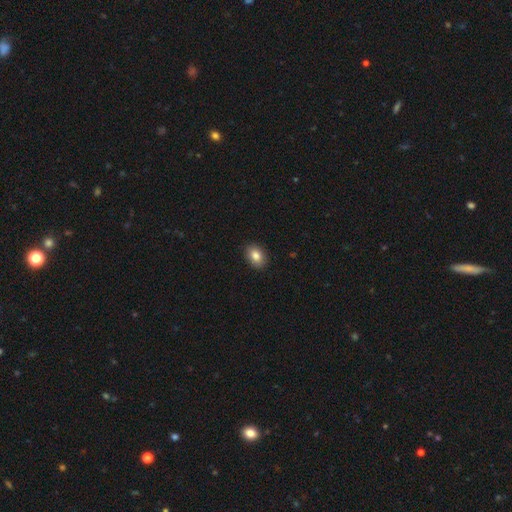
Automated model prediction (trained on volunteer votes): Smooth or featured? smooth (84%)
How rounded? in between (78%)
Merging? none (90%)